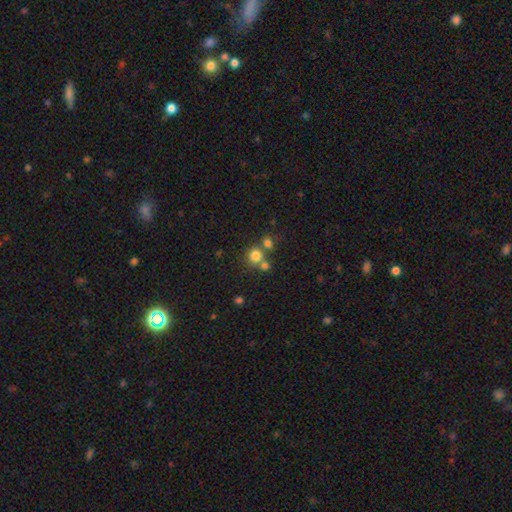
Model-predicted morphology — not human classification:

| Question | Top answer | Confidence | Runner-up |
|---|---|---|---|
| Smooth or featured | smooth | 77% | star or artifact (15%) |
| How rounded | round | 89% | in between (10%) |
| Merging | none | 58% | merger (31%) |